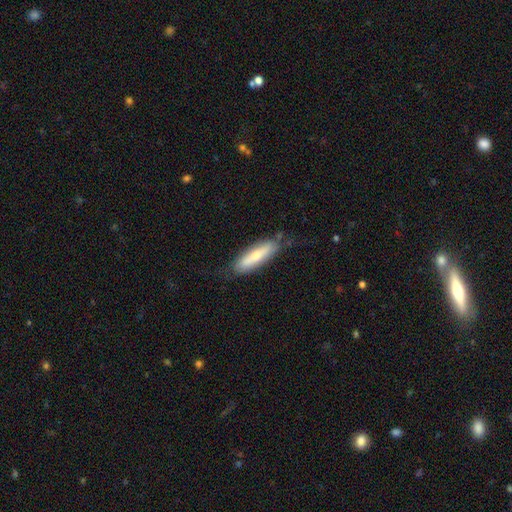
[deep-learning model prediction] Smooth or featured? Predicted: smooth (p=0.53). How rounded? Predicted: cigar-shaped (p=0.63). Merging? Predicted: none (p=0.73).